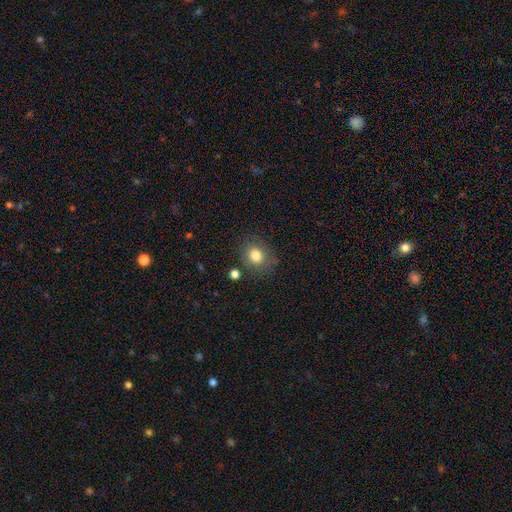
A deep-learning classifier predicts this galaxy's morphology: This is clearly a smooth galaxy (80%). How rounded: possibly round (59%). Merging: likely none (79%).